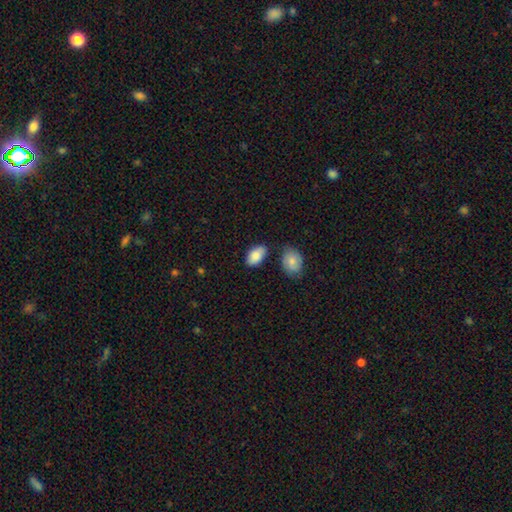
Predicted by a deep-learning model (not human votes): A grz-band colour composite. It shows a smooth galaxy with no disk features (86%) that is in between round and cigar-shaped (93%). Merging: none (72%).